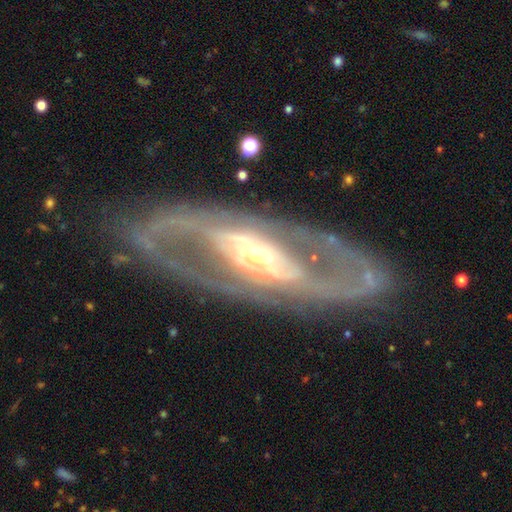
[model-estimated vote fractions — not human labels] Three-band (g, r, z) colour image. It shows a featured or disk galaxy (86%) with no bar (50%), 2 (52%) tight (44%) spiral arms (70%) and a moderate central bulge (62%). Merging: none (71%).